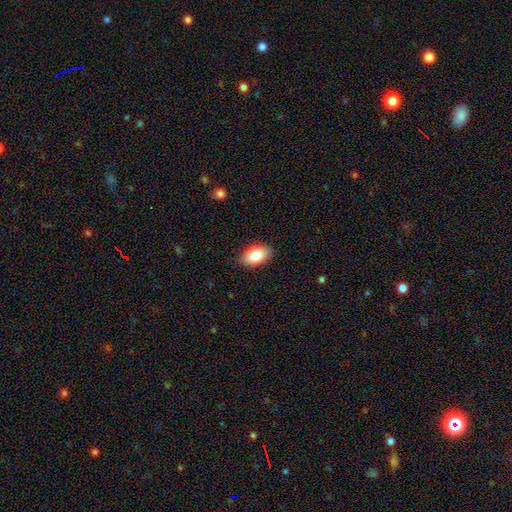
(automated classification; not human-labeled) smooth 82%, featured or disk 11%, star or artifact 7%. Down the decision tree: how rounded — in between (93%); merging — none (88%).